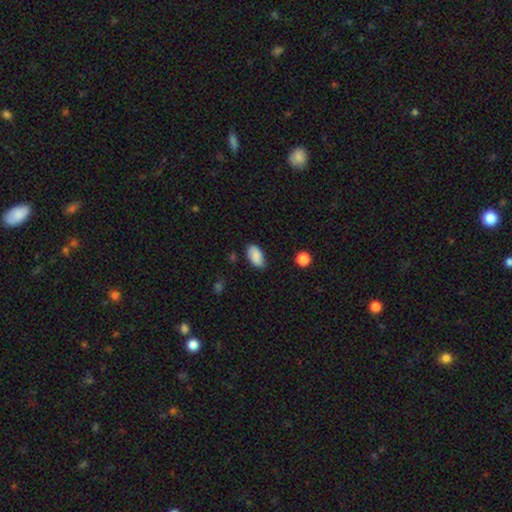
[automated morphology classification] Smooth or featured? Predicted: smooth (p=0.86). How rounded? Predicted: in between (p=0.94). Merging? Predicted: none (p=0.76).